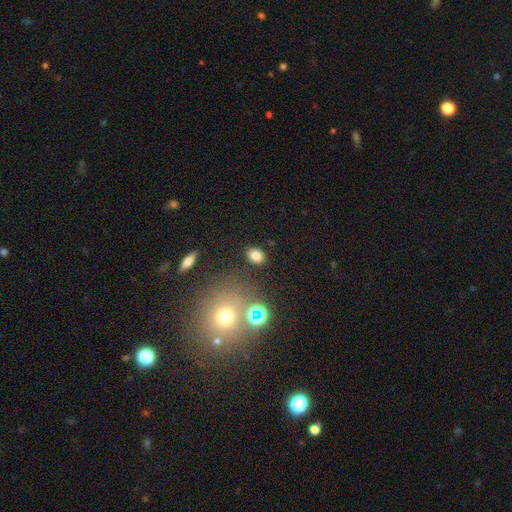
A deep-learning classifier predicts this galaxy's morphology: Overall: smooth (78%). How rounded: in between (69%). Merging: none (85%).